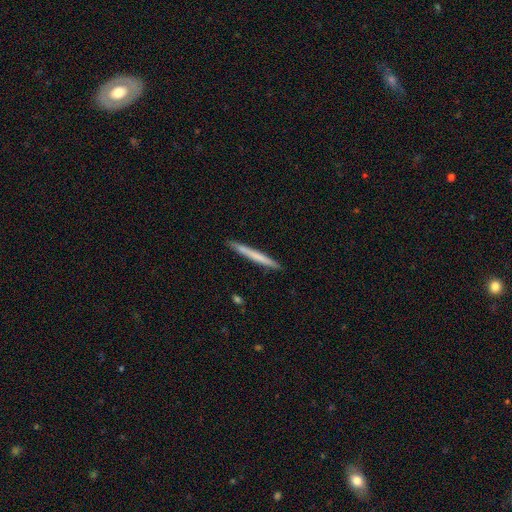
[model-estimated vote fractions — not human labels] Smooth or featured: smooth — 62% (featured or disk — 32%)
How rounded: cigar-shaped — 97% (in between — 2%)
Merging: none — 92% (minor disturbance — 6%)